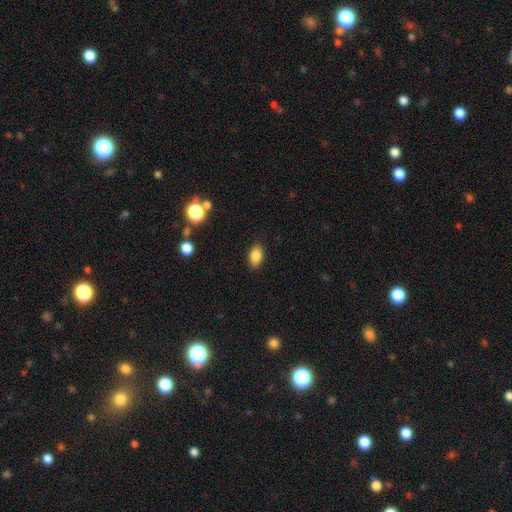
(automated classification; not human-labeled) A smooth galaxy with no disk features (85%) that is in between round and cigar-shaped (87%).

Vote fractions:
- Smooth or featured? smooth: 85% / star or artifact: 9% / featured or disk: 6%
- How rounded? in between: 87% / round: 11% / cigar-shaped: 2%
- Merging? none: 85% / minor disturbance: 11% / major disturbance: 3% / merger: 1%